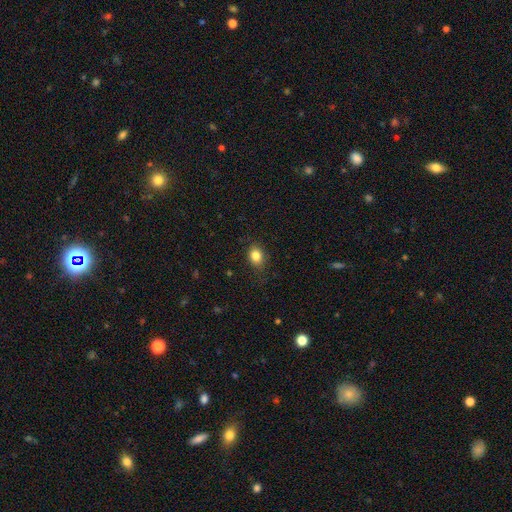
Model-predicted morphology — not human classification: Overall: smooth (83%). How rounded: in between (58%; round 40%). Merging: none (82%).